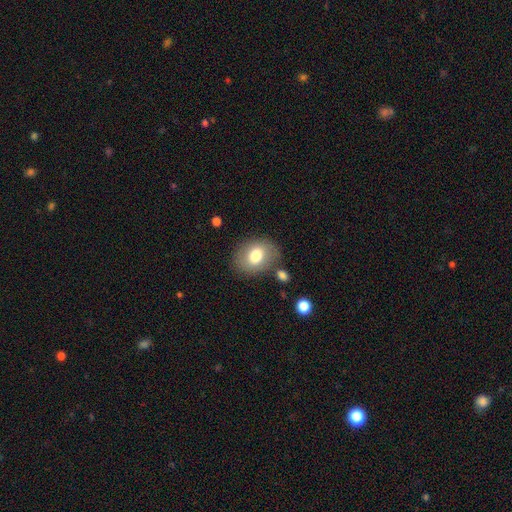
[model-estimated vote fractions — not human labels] smooth 76%, featured or disk 16%, star or artifact 8%. Down the decision tree: how rounded — in between (62%); merging — none (75%).